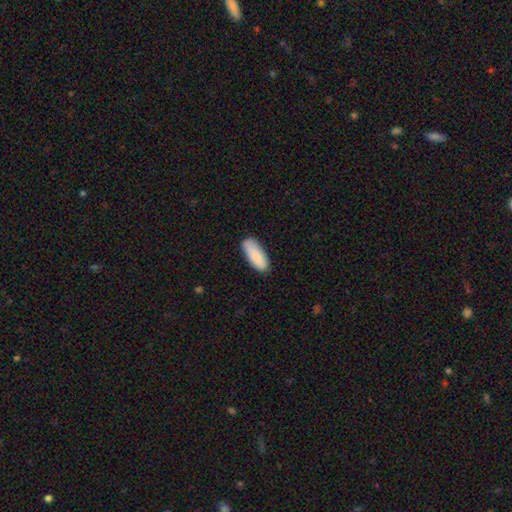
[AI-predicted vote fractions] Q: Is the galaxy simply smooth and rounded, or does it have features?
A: smooth — 88%.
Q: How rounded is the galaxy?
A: in between — 74%.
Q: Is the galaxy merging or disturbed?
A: none — 84%.